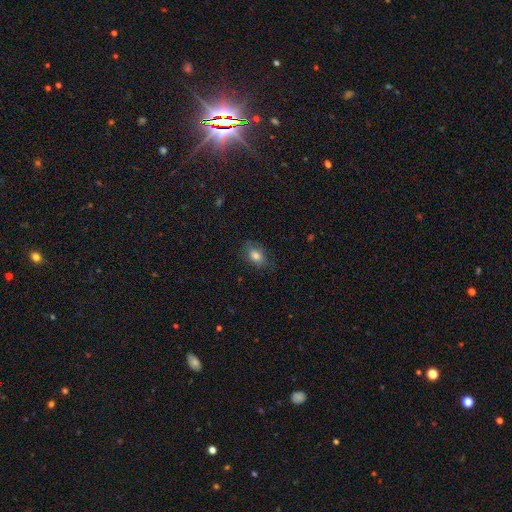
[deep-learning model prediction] Smooth or featured?
  - smooth: 78% *
  - featured or disk: 12%
  - star or artifact: 9%
How rounded?
  - in between: 82% *
  - round: 15%
  - cigar-shaped: 2%
Merging?
  - none: 75% *
  - minor disturbance: 18%
  - major disturbance: 5%
  - merger: 1%